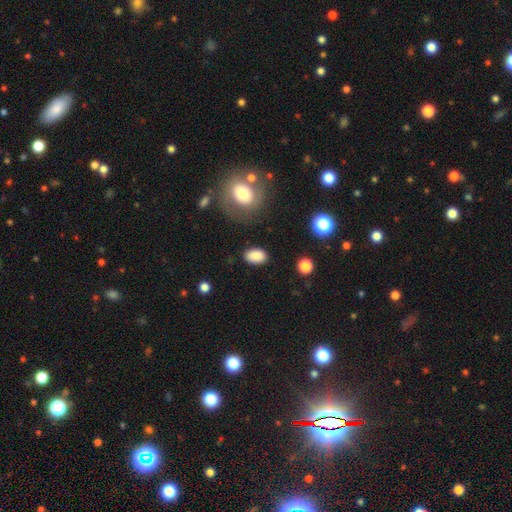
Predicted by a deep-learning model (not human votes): smooth-or-featured: smooth: 87% | star or artifact: 8% | featured or disk: 5%
  how-rounded: in between: 88% | round: 10% | cigar-shaped: 1%
  merging: none: 85% | minor disturbance: 10% | major disturbance: 3% | merger: 2%